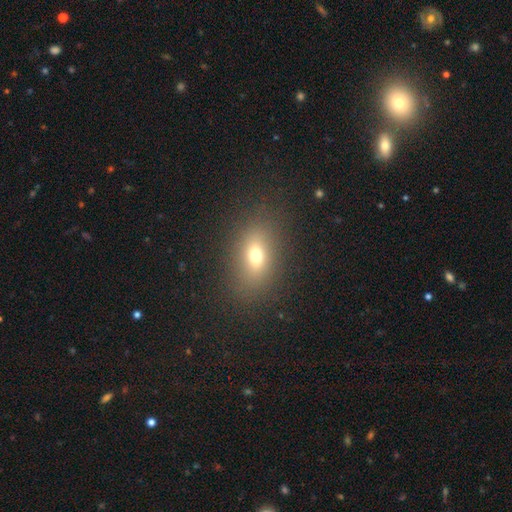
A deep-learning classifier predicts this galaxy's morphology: Smooth or featured? smooth (68%)
How rounded? in between (76%)
Merging? none (84%)